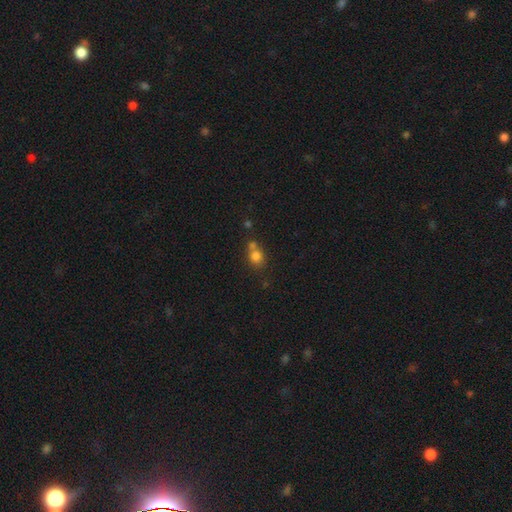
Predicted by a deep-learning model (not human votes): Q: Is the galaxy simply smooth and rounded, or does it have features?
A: smooth — 78%.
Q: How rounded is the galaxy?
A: round — 69%.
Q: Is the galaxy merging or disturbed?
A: none — 44%.